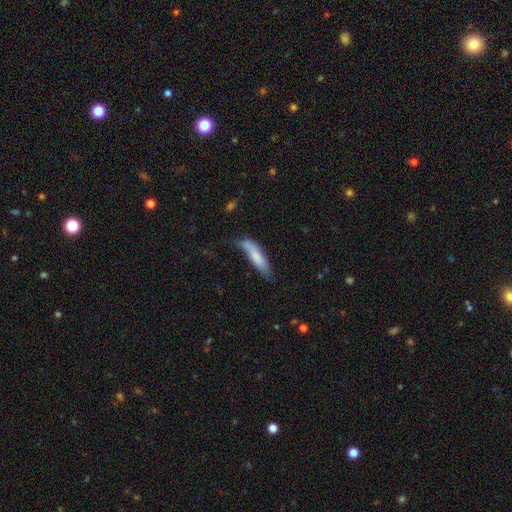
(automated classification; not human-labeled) This is likely a smooth galaxy (75%). How rounded: likely cigar-shaped (71%). Merging: possibly none (49%).